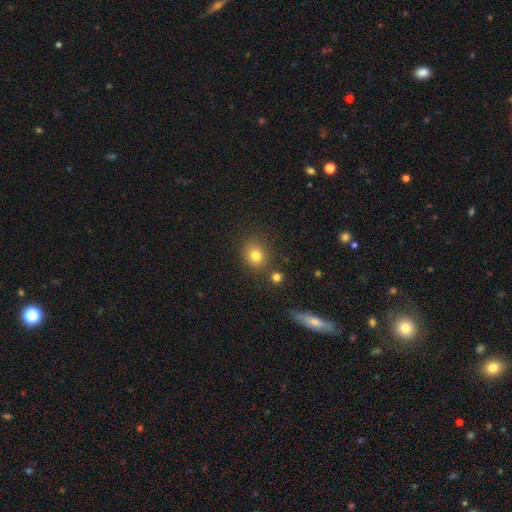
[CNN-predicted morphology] Overall: smooth (78%). How rounded: round (76%). Merging: none (77%).